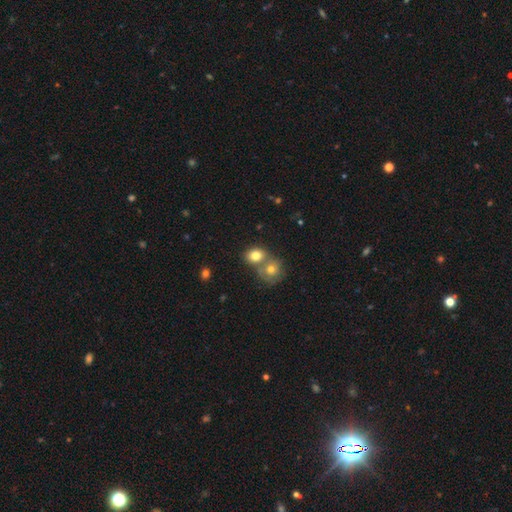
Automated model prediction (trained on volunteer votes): A smooth galaxy with no disk features (78%) that is round (60%).

Vote fractions:
- Smooth or featured? smooth: 78% / featured or disk: 12% / star or artifact: 10%
- How rounded? round: 60% / in between: 39% / cigar-shaped: 1%
- Merging? merger: 50% / none: 39% / minor disturbance: 8% / major disturbance: 3%